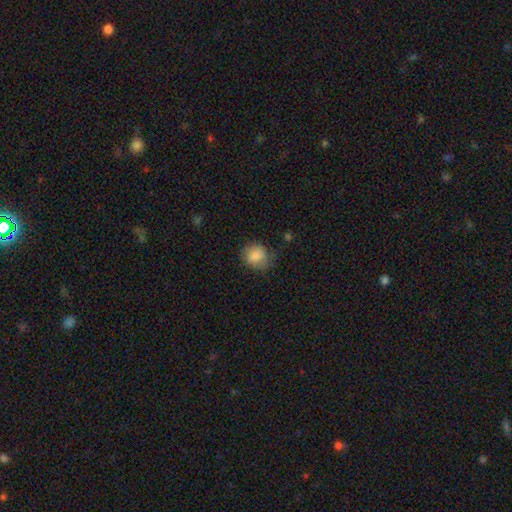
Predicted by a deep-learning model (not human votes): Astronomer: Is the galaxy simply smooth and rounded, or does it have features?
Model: smooth — 84%.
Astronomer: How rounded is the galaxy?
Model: round — 74%.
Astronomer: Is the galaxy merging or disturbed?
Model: none — 70%.